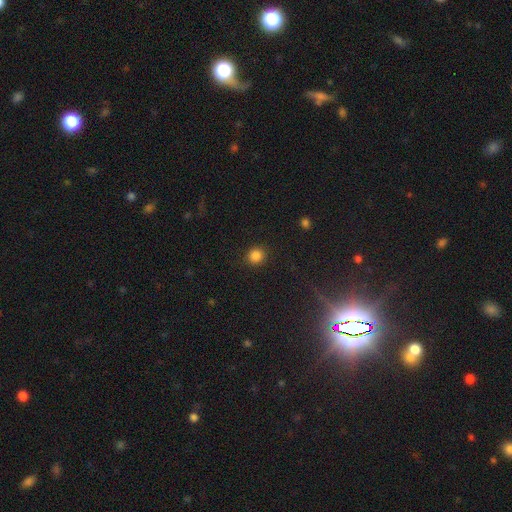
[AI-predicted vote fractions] Q: Smooth or featured?
A: smooth (85%); runner-up: star or artifact (12%)
Q: How rounded?
A: round (91%); runner-up: in between (9%)
Q: Merging?
A: none (91%); runner-up: minor disturbance (6%)